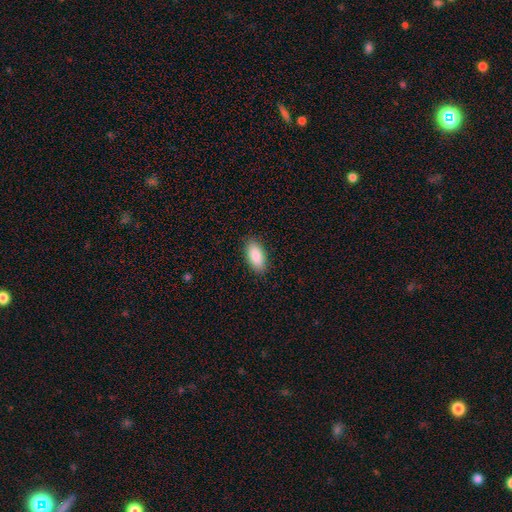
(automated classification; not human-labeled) The model was most divided on "merging": none: 88%, minor disturbance: 9%, major disturbance: 2%, merger: 1%. More confident: how rounded — in between (91%); smooth or featured — smooth (89%).